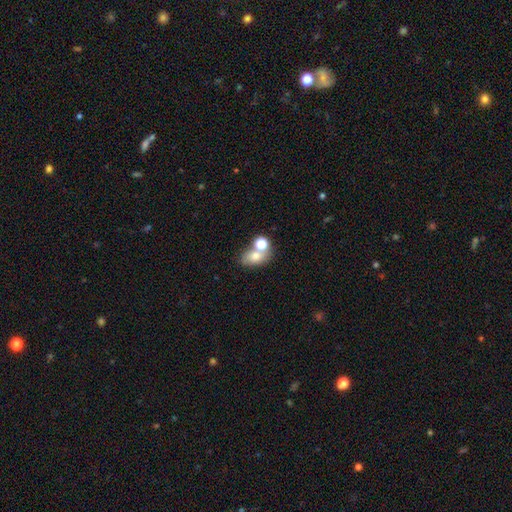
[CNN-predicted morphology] smooth_or_featured: smooth (p=0.70) [alt: featured or disk p=0.17]
how_rounded: in between (p=0.67) [alt: round p=0.32]
merging: merger (p=0.43) [alt: none p=0.42]